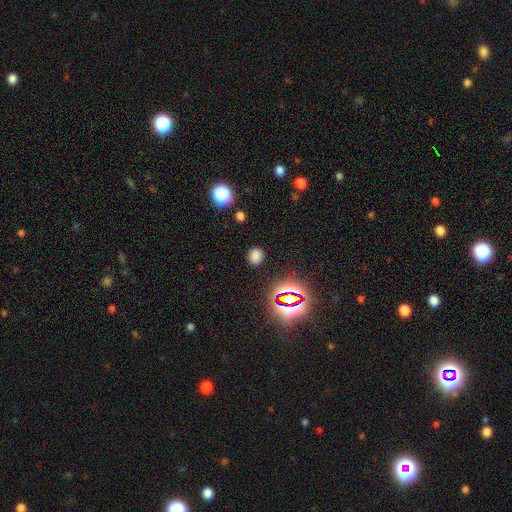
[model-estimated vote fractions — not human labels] Smooth or featured: smooth — 71% (star or artifact — 23%)
How rounded: round — 64% (in between — 35%)
Merging: none — 86% (minor disturbance — 9%)